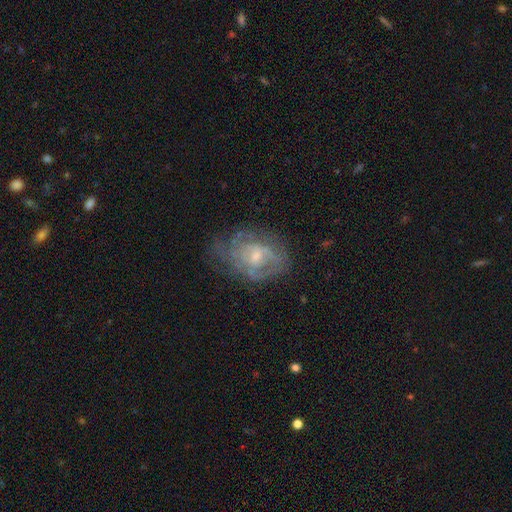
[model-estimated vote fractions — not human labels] Overall: featured or disk (74%). Edge-on disk: no (96%). Bar: no (58%; weak 36%). Spiral arms: yes (78%). Spiral arm count: can't tell (52%; 2 21%). Spiral winding: tight (51%; medium 36%). Bulge size: small (54%; moderate 37%). Merging: none (59%; minor disturbance 24%).